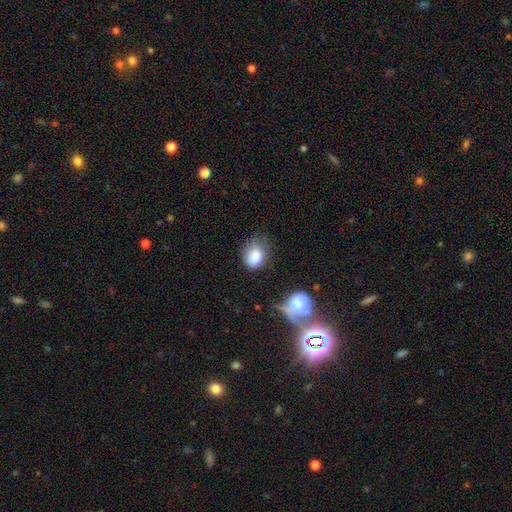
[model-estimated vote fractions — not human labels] A smooth galaxy with no disk features (84%) that is in between round and cigar-shaped (61%).

Vote fractions:
- Smooth or featured? smooth: 84% / featured or disk: 9% / star or artifact: 7%
- How rounded? in between: 61% / round: 38% / cigar-shaped: 1%
- Merging? none: 47% / minor disturbance: 33% / major disturbance: 15% / merger: 6%